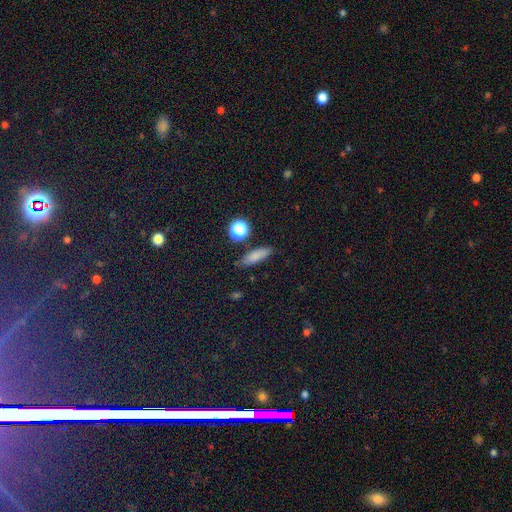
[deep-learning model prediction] Smooth or featured? smooth (80%)
How rounded? cigar-shaped (50%)
Merging? none (82%)